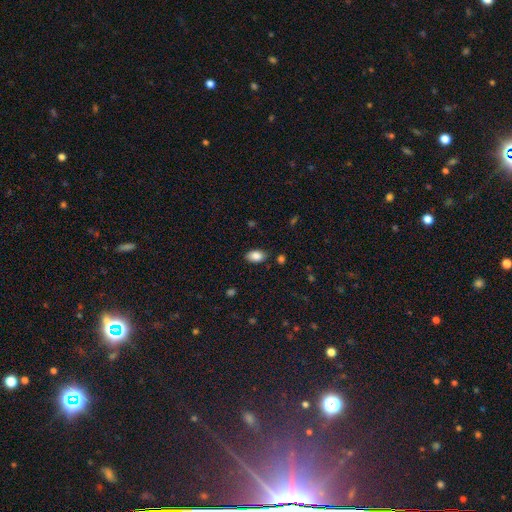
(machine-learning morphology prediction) A smooth galaxy with no disk features (86%) that is in between round and cigar-shaped (90%).

Vote fractions:
- Smooth or featured? smooth: 86% / star or artifact: 8% / featured or disk: 6%
- How rounded? in between: 90% / round: 8% / cigar-shaped: 1%
- Merging? none: 85% / minor disturbance: 10% / major disturbance: 2% / merger: 2%